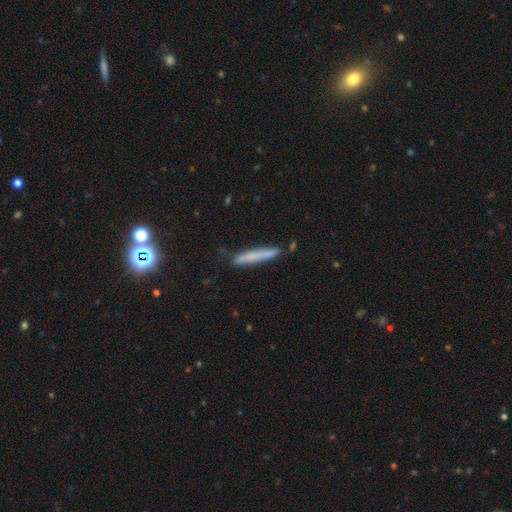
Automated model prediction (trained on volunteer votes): smooth 67%, featured or disk 24%, star or artifact 9%. Down the decision tree: how rounded — cigar-shaped (95%); merging — none (80%).